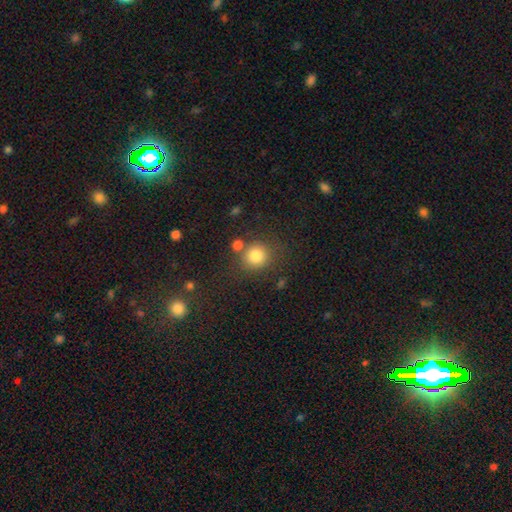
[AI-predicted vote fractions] Smooth or featured: smooth — 82% (star or artifact — 12%)
How rounded: round — 87% (in between — 12%)
Merging: none — 72% (merger — 12%)